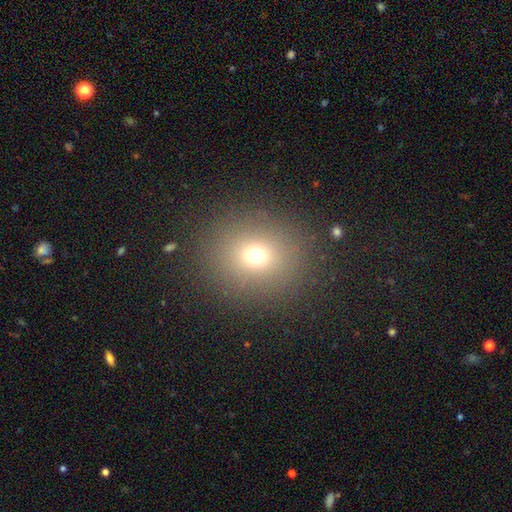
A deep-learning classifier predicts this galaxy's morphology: This appears to be a smooth galaxy with no disk features (69%) that is round (82%). Merging: none (86%).